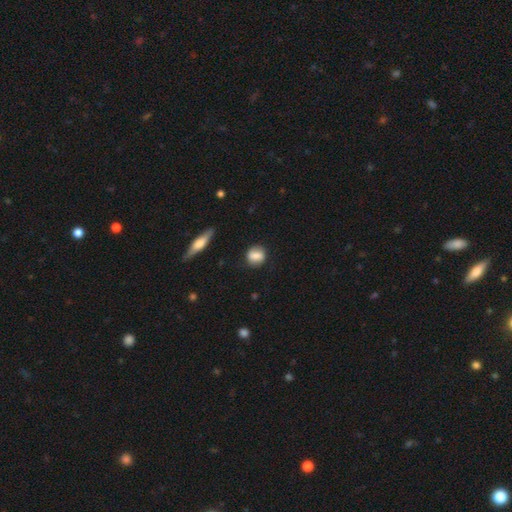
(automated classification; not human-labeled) Q: Smooth or featured?
A: smooth (78%); runner-up: featured or disk (14%)
Q: How rounded?
A: round (66%); runner-up: in between (31%)
Q: Merging?
A: none (80%); runner-up: minor disturbance (15%)